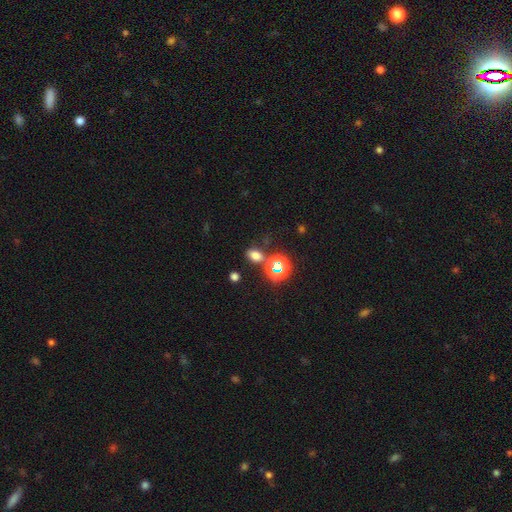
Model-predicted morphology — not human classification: Smooth or featured? smooth (66%)
How rounded? in between (72%)
Merging? none (75%)